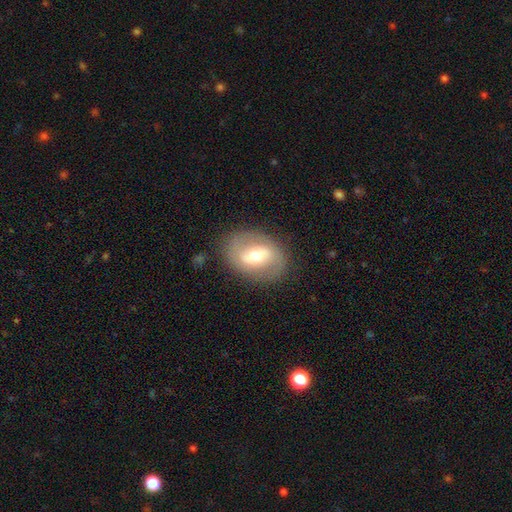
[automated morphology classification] Overall: featured or disk (63%; smooth 30%). Edge-on disk: no (94%). Bar: weak (41%; strong 35%). Spiral arms: yes (59%; no 41%). Bulge size: moderate (64%; small 27%). Merging: none (83%).